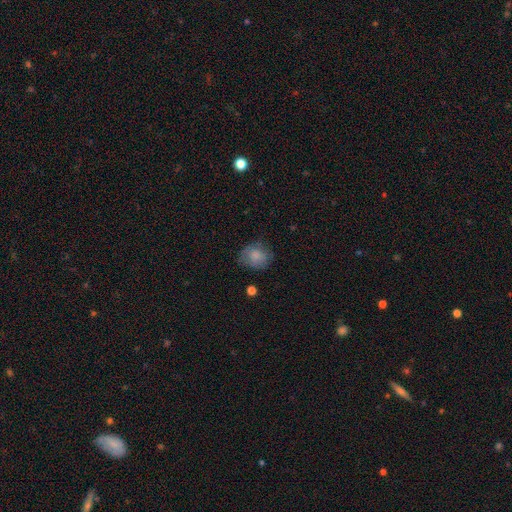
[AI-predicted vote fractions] smooth-or-featured: smooth: 79% | featured or disk: 13% | star or artifact: 9%
  how-rounded: round: 67% | in between: 32% | cigar-shaped: 1%
  merging: none: 65% | minor disturbance: 24% | major disturbance: 9% | merger: 2%